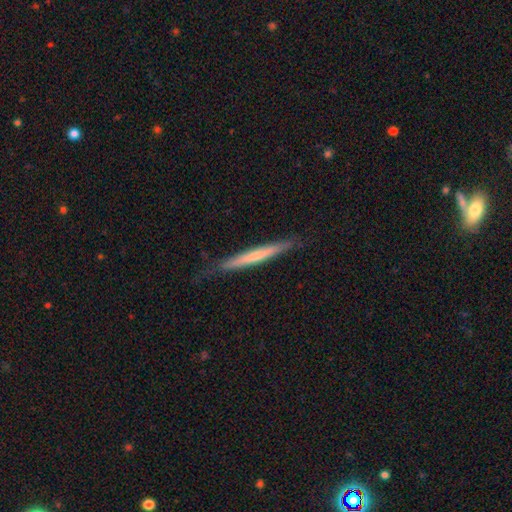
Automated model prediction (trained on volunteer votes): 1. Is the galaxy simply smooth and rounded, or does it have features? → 57% featured or disk, 35% smooth, 7% star or artifact.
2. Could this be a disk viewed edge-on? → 96% yes, 4% no.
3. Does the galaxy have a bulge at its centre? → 57% none, 37% rounded, 6% boxy.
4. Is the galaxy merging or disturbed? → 85% none, 12% minor disturbance, 2% major disturbance, 1% merger.